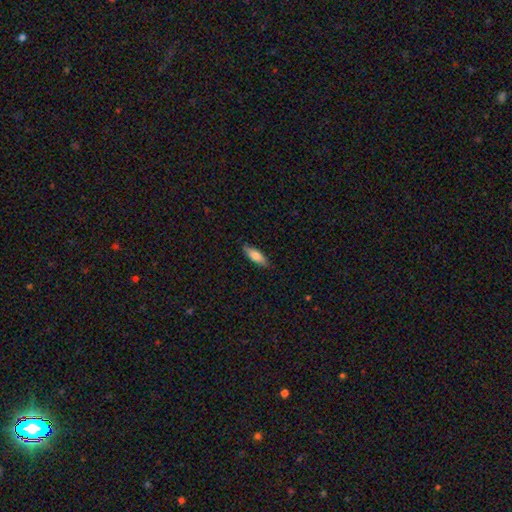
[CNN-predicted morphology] smooth_or_featured: smooth (p=0.75) [alt: featured or disk p=0.19]
how_rounded: in between (p=0.52) [alt: cigar-shaped p=0.46]
merging: none (p=0.86) [alt: minor disturbance p=0.11]